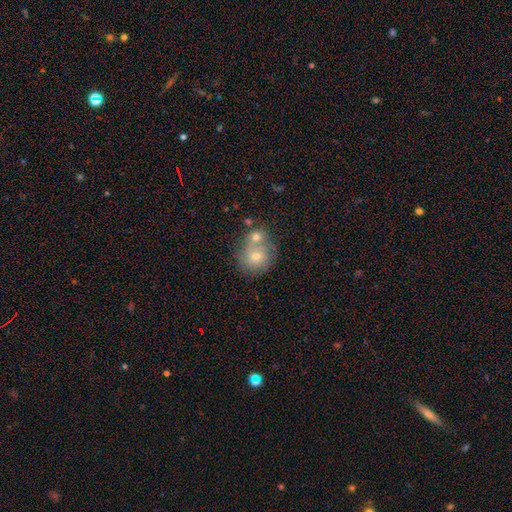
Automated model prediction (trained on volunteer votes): Q: Smooth or featured?
A: smooth (54%); runner-up: featured or disk (33%)
Q: How rounded?
A: round (78%); runner-up: in between (21%)
Q: Merging?
A: none (43%); runner-up: merger (40%)